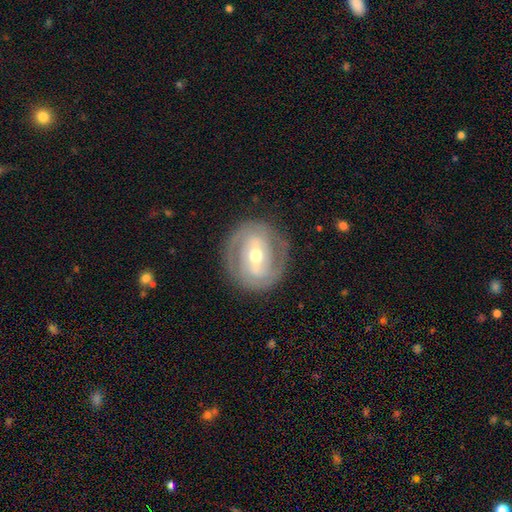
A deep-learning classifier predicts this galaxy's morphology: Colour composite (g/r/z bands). It shows a featured or disk galaxy (80%) with a weak bar (37%, tied with strong), 2 (75%) tight (59%) spiral arms (82%) and a moderate central bulge (61%). Merging: none (83%).